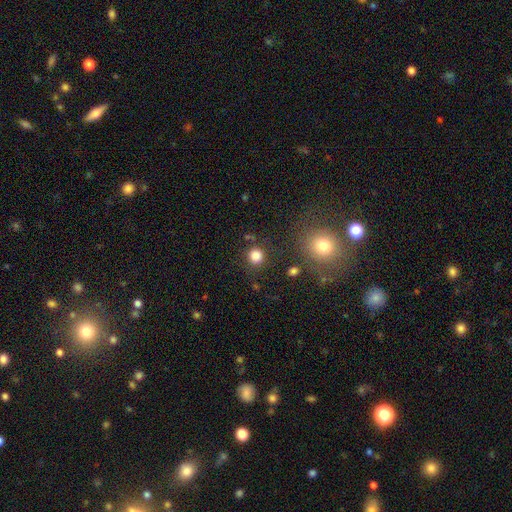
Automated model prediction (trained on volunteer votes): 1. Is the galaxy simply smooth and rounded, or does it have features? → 84% smooth, 12% star or artifact, 4% featured or disk.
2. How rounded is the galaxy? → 92% round, 7% in between, 1% cigar-shaped.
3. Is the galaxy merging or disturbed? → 83% none, 8% minor disturbance, 4% merger, 4% major disturbance.